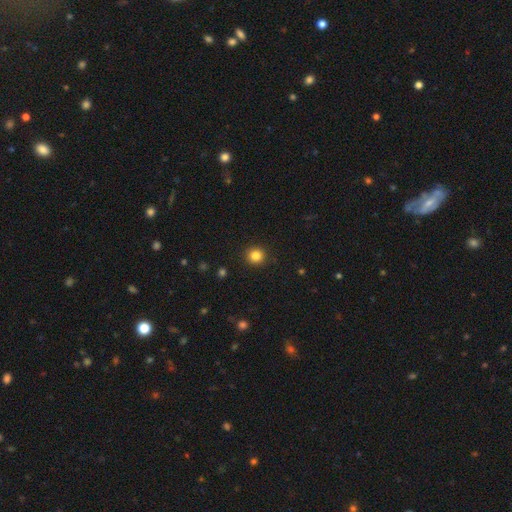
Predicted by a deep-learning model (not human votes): Smooth or featured?
  - smooth: 84% *
  - star or artifact: 12%
  - featured or disk: 5%
How rounded?
  - round: 92% *
  - in between: 7%
  - cigar-shaped: 1%
Merging?
  - none: 92% *
  - minor disturbance: 5%
  - major disturbance: 2%
  - merger: 1%